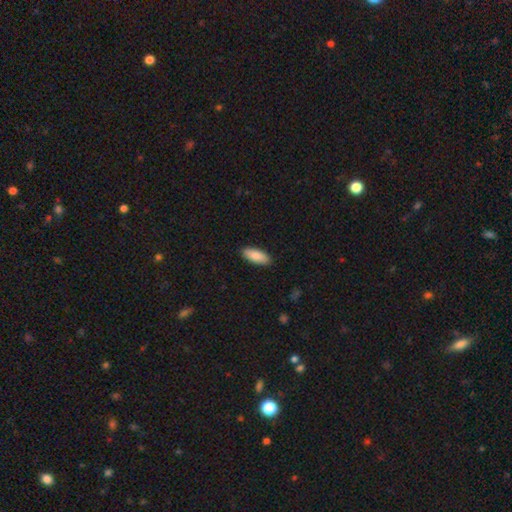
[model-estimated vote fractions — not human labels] smooth 88%, featured or disk 7%, star or artifact 6%. Down the decision tree: how rounded — in between (75%); merging — none (90%).